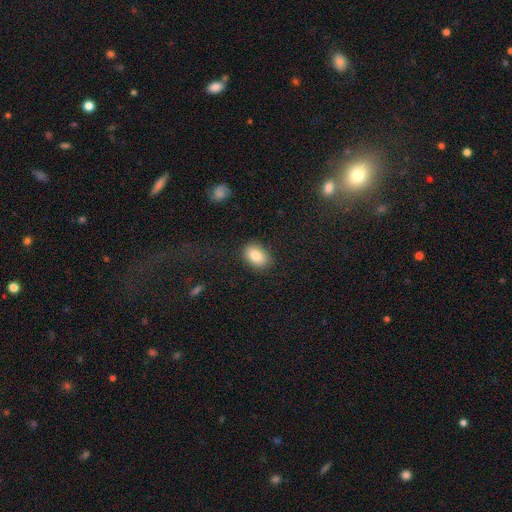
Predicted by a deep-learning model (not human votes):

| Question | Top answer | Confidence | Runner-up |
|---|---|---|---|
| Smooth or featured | smooth | 83% | featured or disk (9%) |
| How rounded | in between | 81% | round (18%) |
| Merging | none | 86% | minor disturbance (10%) |